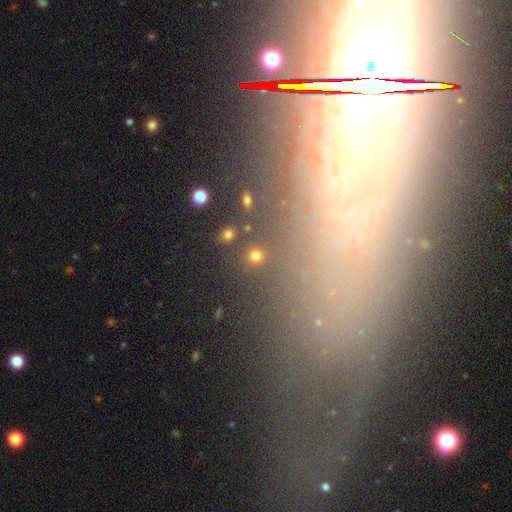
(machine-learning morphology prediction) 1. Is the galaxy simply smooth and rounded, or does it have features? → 76% smooth, 18% star or artifact, 6% featured or disk.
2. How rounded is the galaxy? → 88% round, 11% in between, 1% cigar-shaped.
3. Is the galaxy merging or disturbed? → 86% none, 6% minor disturbance, 4% merger, 3% major disturbance.